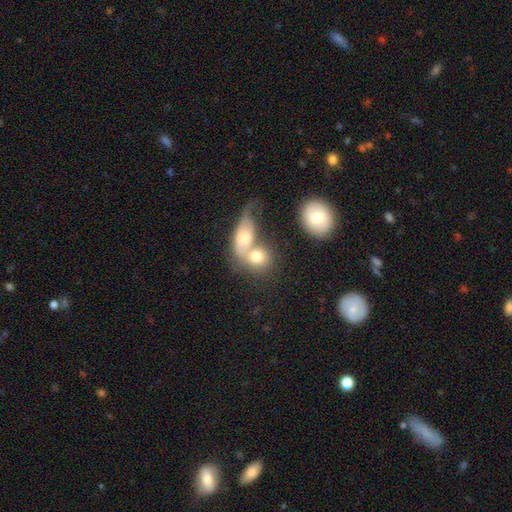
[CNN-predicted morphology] A smooth galaxy with no disk features (69%) that is round (50%).

Vote fractions:
- Smooth or featured? smooth: 69% / featured or disk: 21% / star or artifact: 10%
- How rounded? round: 50% / in between: 46% / cigar-shaped: 3%
- Merging? merger: 62% / none: 21% / major disturbance: 9% / minor disturbance: 8%